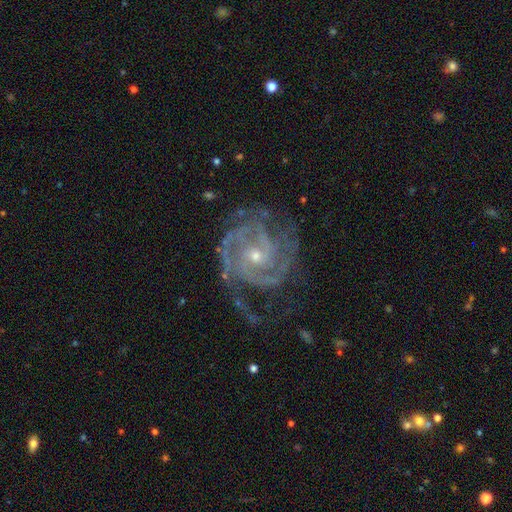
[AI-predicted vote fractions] Overall: featured or disk (91%). Edge-on disk: no (98%). Bar: no (60%; weak 30%). Spiral arms: yes (98%). Spiral arm count: 2 (38%; 3 28%). Spiral winding: tight (64%; medium 31%). Bulge size: small (64%; moderate 33%). Merging: none (67%).